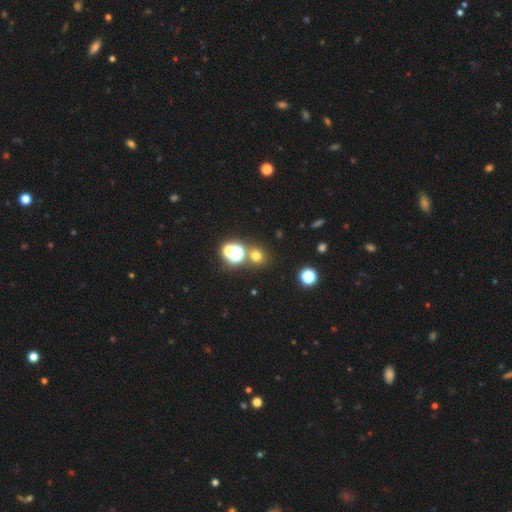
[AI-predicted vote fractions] This appears to be a smooth galaxy with no disk features (62%) that is round (85%). Merging: none (75%).